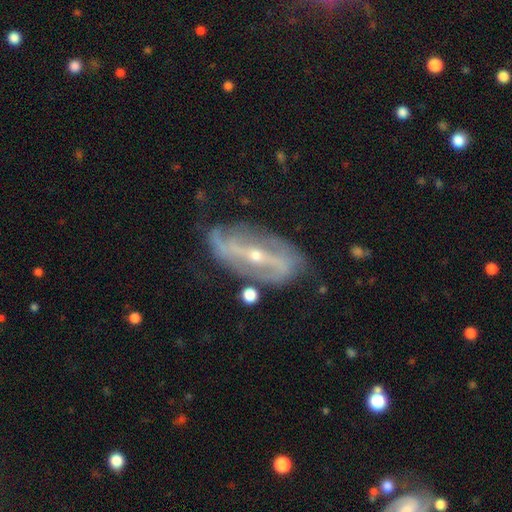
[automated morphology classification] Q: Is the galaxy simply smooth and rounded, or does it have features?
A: featured or disk — 86%.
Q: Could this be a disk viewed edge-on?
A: no — 88%.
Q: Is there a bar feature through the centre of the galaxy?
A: strong — 70%.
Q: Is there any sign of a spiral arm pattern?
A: yes — 85%.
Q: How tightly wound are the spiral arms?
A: loose — 38%.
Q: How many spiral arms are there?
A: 2 — 78%.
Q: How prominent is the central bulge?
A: small — 66%.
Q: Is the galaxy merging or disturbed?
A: none — 69%.